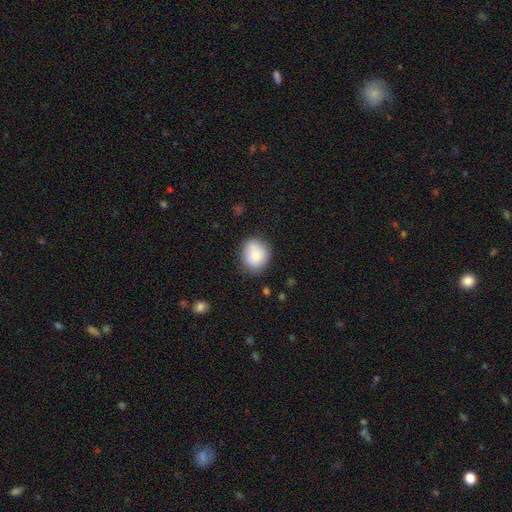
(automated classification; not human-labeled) A smooth galaxy with no disk features (75%) that is round (67%). Merging: none (75%).